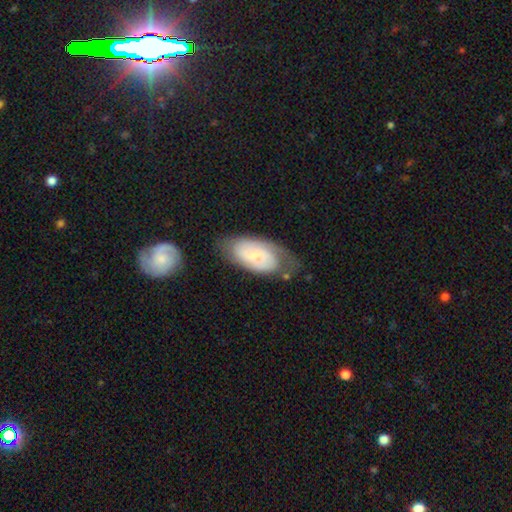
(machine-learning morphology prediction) Smooth or featured: featured or disk — 55% (smooth — 38%)
Edge-on disk: no — 94% (yes — 6%)
Bar: no — 54% (weak — 37%)
Spiral arms: yes — 89% (no — 11%)
Bulge size: small — 59% (moderate — 20%)
Merging: none — 56% (minor disturbance — 27%)